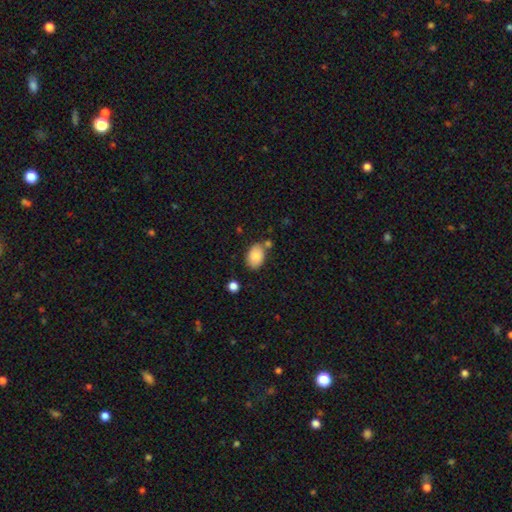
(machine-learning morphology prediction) Overall: smooth (83%). How rounded: in between (84%). Merging: none (69%).